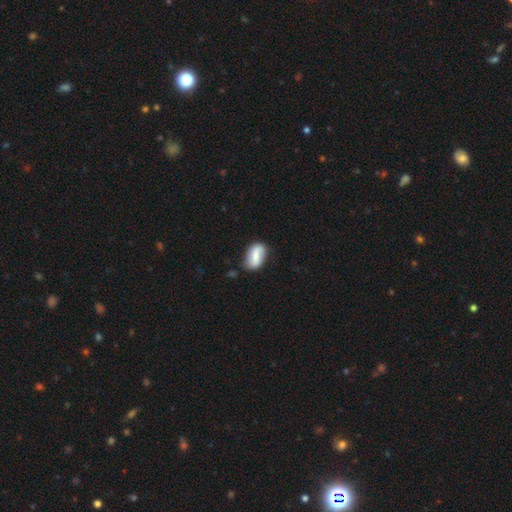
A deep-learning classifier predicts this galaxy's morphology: The model was most divided on "smooth or featured": smooth: 58%, featured or disk: 35%, star or artifact: 7%. More confident: how rounded — in between (90%); merging — none (68%).